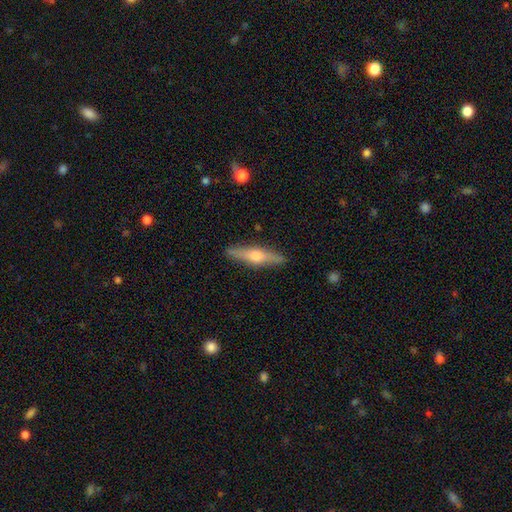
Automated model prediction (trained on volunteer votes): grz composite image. It shows a featured or disk galaxy (65%) viewed edge-on (96%) with a rounded central bulge (91%). Merging: none (89%).